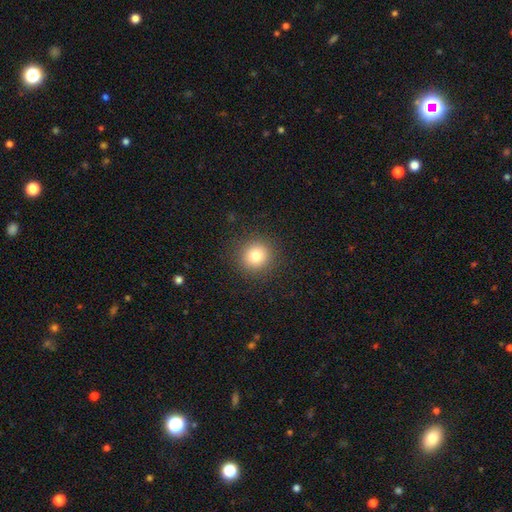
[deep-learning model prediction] smooth 81%, star or artifact 12%, featured or disk 7%. Down the decision tree: how rounded — round (92%); merging — none (90%).